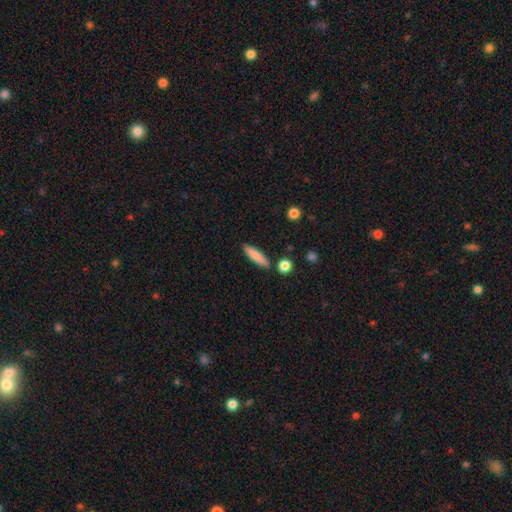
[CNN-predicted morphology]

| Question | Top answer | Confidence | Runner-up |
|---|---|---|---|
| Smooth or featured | smooth | 81% | featured or disk (12%) |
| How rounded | cigar-shaped | 76% | in between (22%) |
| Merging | none | 86% | minor disturbance (9%) |